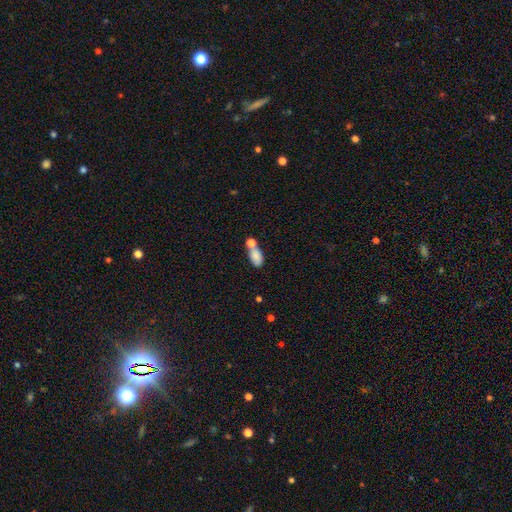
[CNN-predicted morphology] Smooth or featured? Predicted: smooth (p=0.81). How rounded? Predicted: in between (p=0.88). Merging? Predicted: merger (p=0.42).